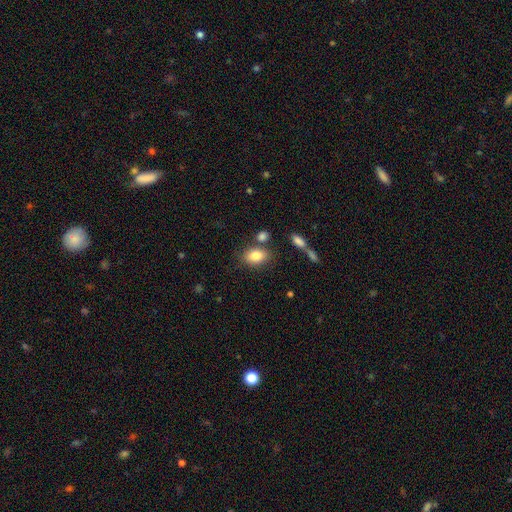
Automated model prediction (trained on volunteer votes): Q: Smooth or featured?
A: smooth (83%); runner-up: featured or disk (9%)
Q: How rounded?
A: in between (83%); runner-up: round (15%)
Q: Merging?
A: none (71%); runner-up: minor disturbance (13%)